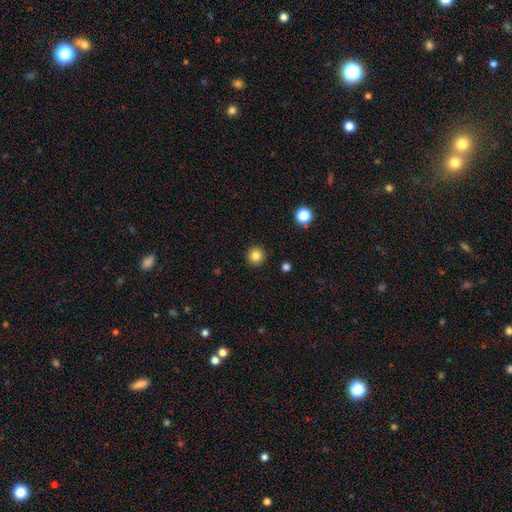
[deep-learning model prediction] Smooth or featured?
  - smooth: 84% *
  - star or artifact: 12%
  - featured or disk: 5%
How rounded?
  - round: 95% *
  - in between: 4%
  - cigar-shaped: 1%
Merging?
  - none: 92% *
  - minor disturbance: 5%
  - major disturbance: 2%
  - merger: 1%